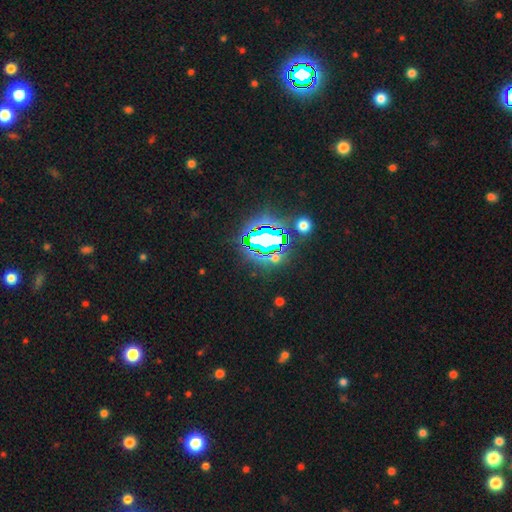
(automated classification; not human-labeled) smooth-or-featured: star or artifact: 84% | smooth: 9% | featured or disk: 6%